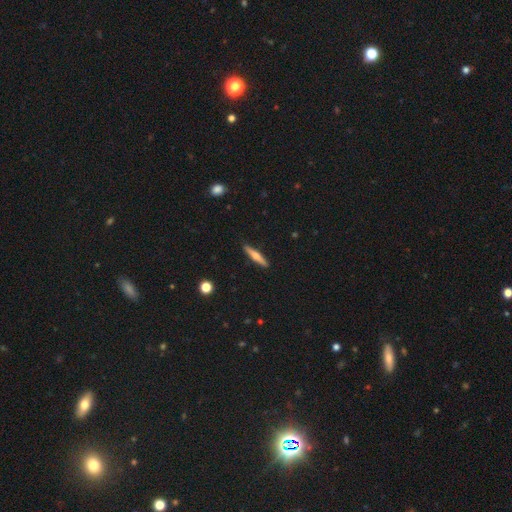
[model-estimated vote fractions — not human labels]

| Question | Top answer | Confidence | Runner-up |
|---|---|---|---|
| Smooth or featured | featured or disk | 52% | smooth (42%) |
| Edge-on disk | yes | 96% | no (4%) |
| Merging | none | 91% | minor disturbance (6%) |